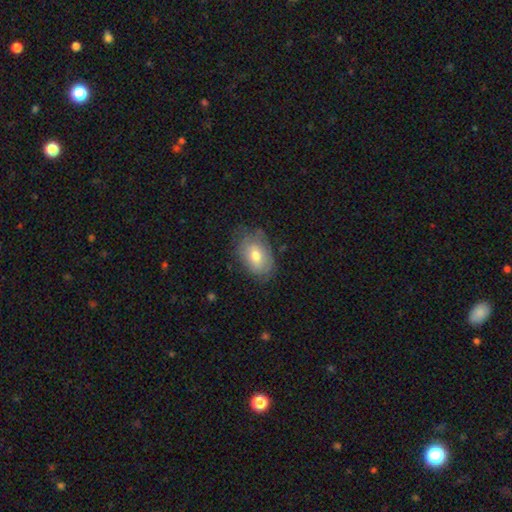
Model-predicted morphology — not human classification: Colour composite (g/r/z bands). It shows a smooth galaxy with no disk features (65%) that is in between round and cigar-shaped (85%). Merging: none (65%).